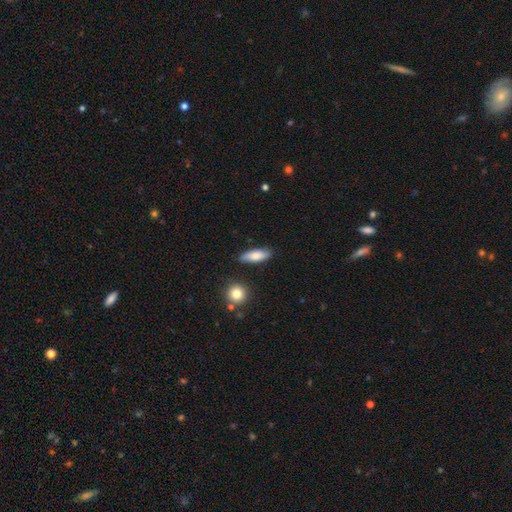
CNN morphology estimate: Smooth or featured? Predicted: smooth (p=0.80). How rounded? Predicted: in between (p=0.64). Merging? Predicted: none (p=0.83).